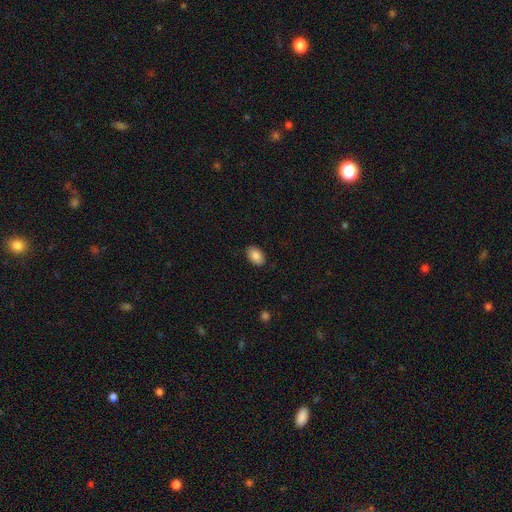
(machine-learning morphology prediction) smooth-or-featured: smooth: 86% | star or artifact: 7% | featured or disk: 7%
  how-rounded: in between: 90% | round: 9% | cigar-shaped: 1%
  merging: none: 88% | minor disturbance: 9% | major disturbance: 2% | merger: 1%